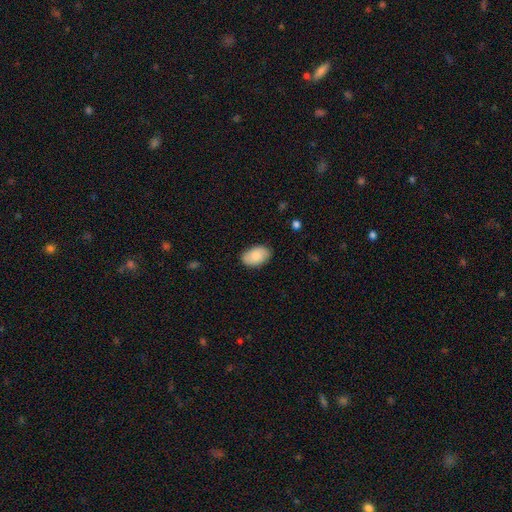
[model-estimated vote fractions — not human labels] Morphology: type=smooth (85%); roundness=in between (92%); merging=none (84%).